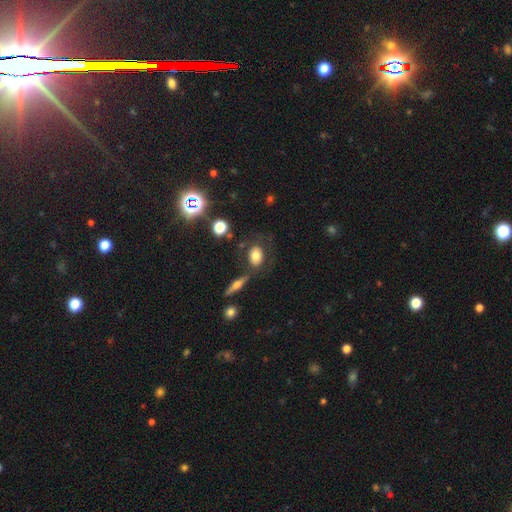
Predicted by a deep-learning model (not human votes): Q: Smooth or featured?
A: smooth (73%); runner-up: featured or disk (17%)
Q: How rounded?
A: in between (73%); runner-up: round (24%)
Q: Merging?
A: none (68%); runner-up: minor disturbance (15%)